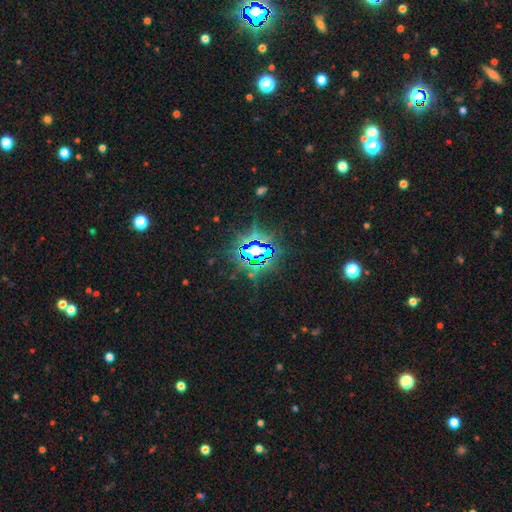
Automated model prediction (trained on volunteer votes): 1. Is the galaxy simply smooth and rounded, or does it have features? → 80% star or artifact, 10% smooth, 10% featured or disk.